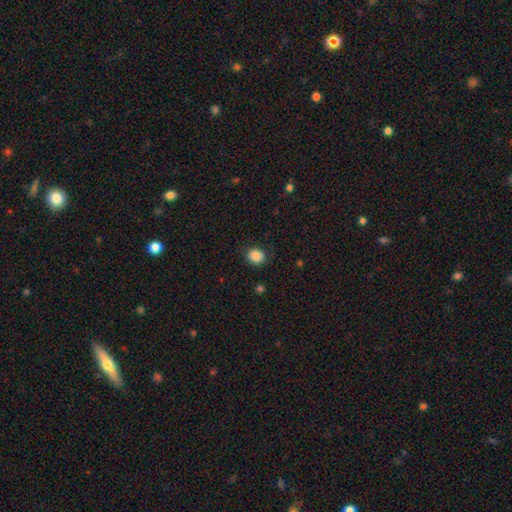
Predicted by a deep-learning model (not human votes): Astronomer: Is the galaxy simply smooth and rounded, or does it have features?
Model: smooth — 86%.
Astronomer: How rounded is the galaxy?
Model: round — 66%.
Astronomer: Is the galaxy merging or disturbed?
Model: none — 84%.